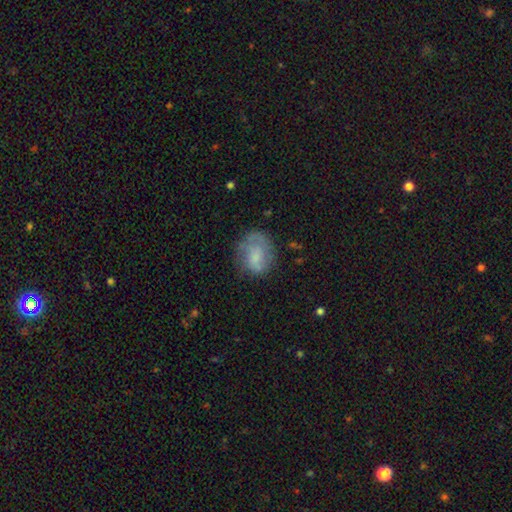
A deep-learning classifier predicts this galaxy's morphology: A smooth galaxy with no disk features (53%) that is round (51%).

Vote fractions:
- Smooth or featured? smooth: 53% / featured or disk: 38% / star or artifact: 9%
- How rounded? round: 51% / in between: 48% / cigar-shaped: 1%
- Merging? none: 60% / minor disturbance: 25% / major disturbance: 13% / merger: 2%